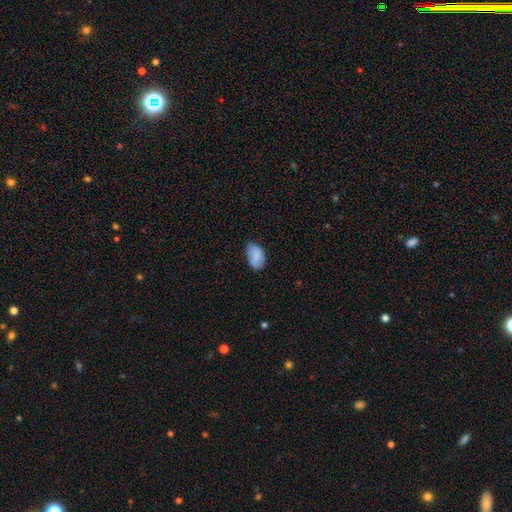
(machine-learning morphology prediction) smooth_or_featured: smooth (p=0.84) [alt: featured or disk p=0.09]
how_rounded: in between (p=0.91) [alt: round p=0.08]
merging: none (p=0.65) [alt: minor disturbance p=0.27]